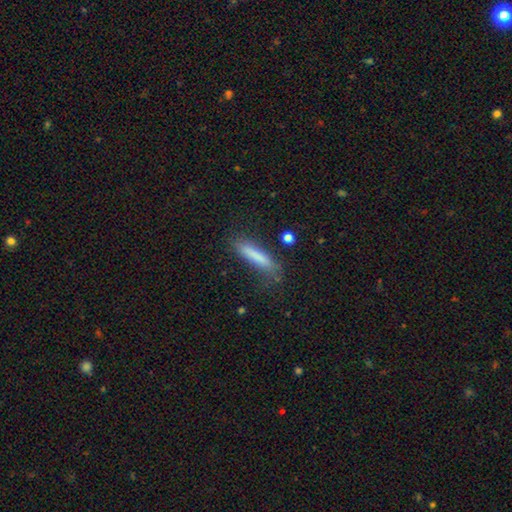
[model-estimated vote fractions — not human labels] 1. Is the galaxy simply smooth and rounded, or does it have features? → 78% smooth, 14% featured or disk, 8% star or artifact.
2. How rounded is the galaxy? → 87% cigar-shaped, 12% in between, 2% round.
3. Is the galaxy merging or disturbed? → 69% none, 21% minor disturbance, 7% major disturbance, 3% merger.